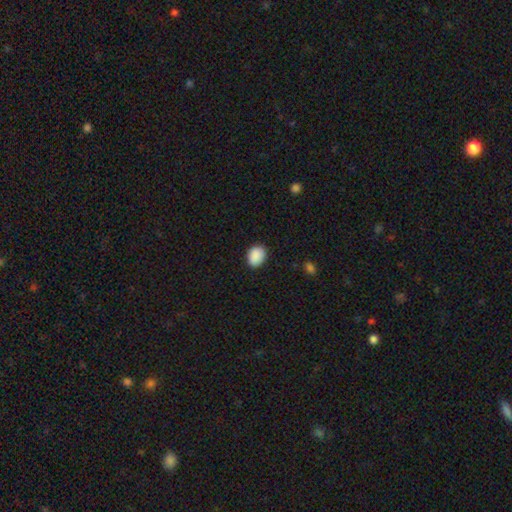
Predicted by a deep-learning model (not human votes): This is clearly a smooth galaxy (90%). How rounded: likely in between (67%). Merging: clearly none (87%).